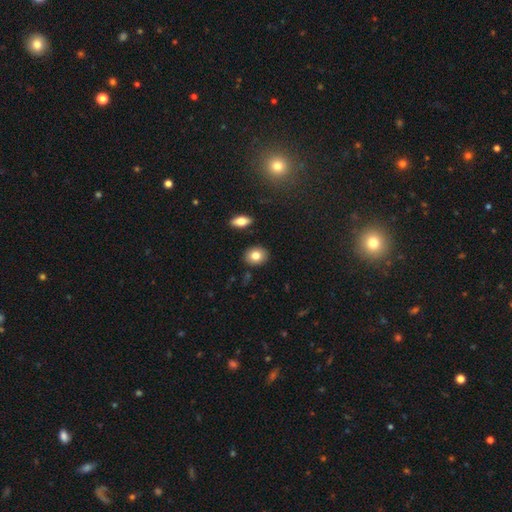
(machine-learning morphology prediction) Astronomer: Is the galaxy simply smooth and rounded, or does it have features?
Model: smooth — 81%.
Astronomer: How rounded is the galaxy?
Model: in between — 54% (runner-up: round, 44%).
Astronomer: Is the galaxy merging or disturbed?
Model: none — 88%.